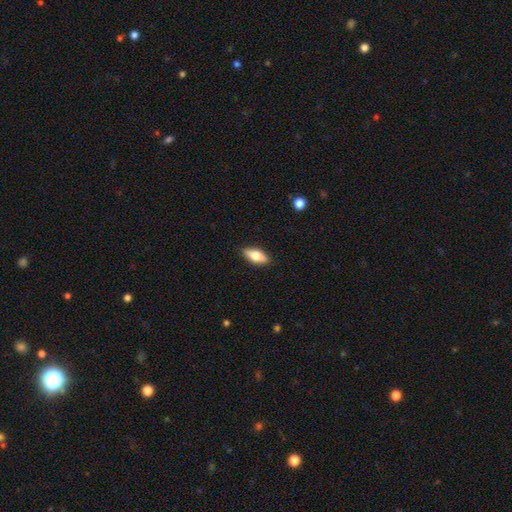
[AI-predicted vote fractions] Smooth or featured? smooth (64%)
How rounded? in between (72%)
Merging? none (89%)